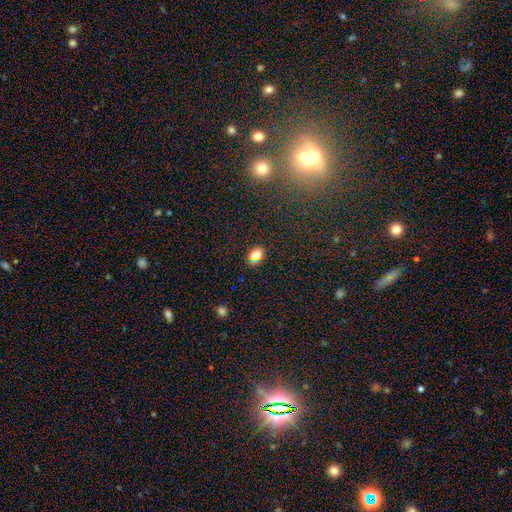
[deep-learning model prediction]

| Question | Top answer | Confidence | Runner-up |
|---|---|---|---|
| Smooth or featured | smooth | 83% | star or artifact (10%) |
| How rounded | in between | 77% | round (22%) |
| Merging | none | 88% | minor disturbance (9%) |